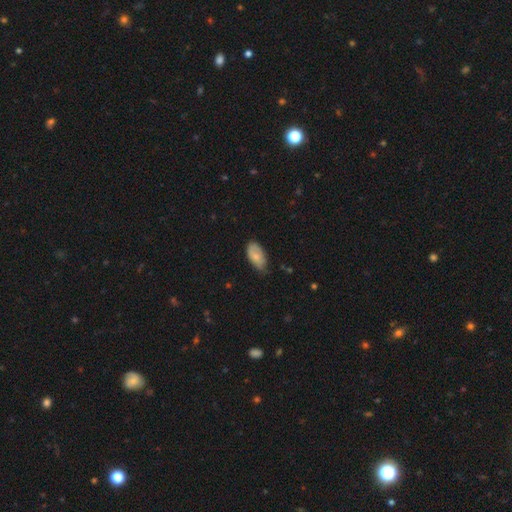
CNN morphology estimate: Smooth or featured? smooth (73%)
How rounded? in between (94%)
Merging? none (53%)